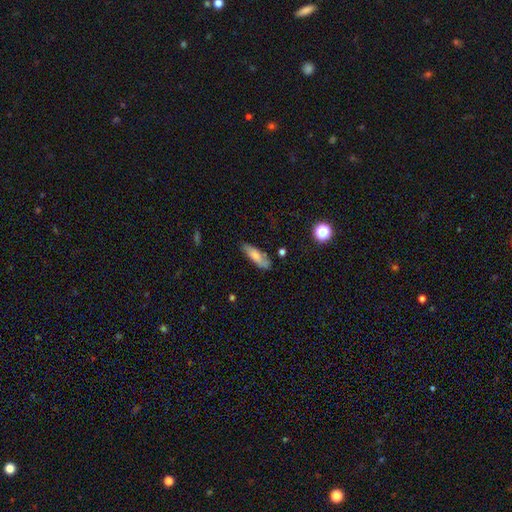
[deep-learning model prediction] This is likely a smooth galaxy (71%). How rounded: possibly cigar-shaped (51%). Merging: likely none (74%).